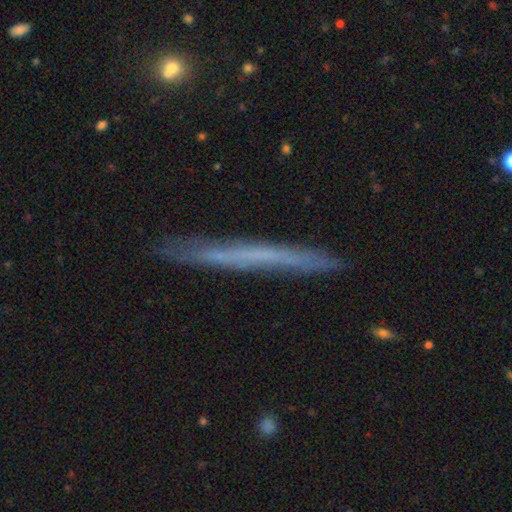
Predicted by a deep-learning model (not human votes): Smooth or featured? Predicted: featured or disk (p=0.54). Edge-on disk? Predicted: yes (p=0.94). Edge-on bulge? Predicted: none (p=0.92). Merging? Predicted: none (p=0.86).